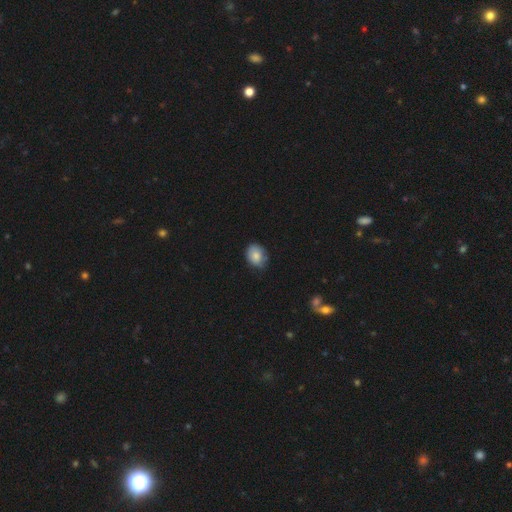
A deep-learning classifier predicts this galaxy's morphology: Overall: smooth (81%). How rounded: in between (54%; round 45%). Merging: none (69%).